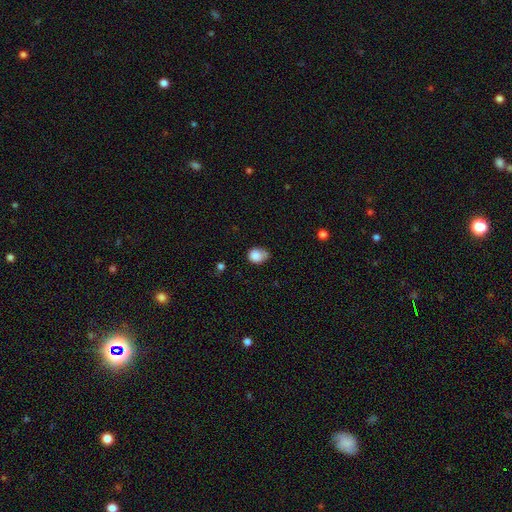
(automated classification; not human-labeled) Smooth or featured: smooth — 84% (star or artifact — 9%)
How rounded: in between — 50% (round — 49%)
Merging: minor disturbance — 44% (none — 39%)